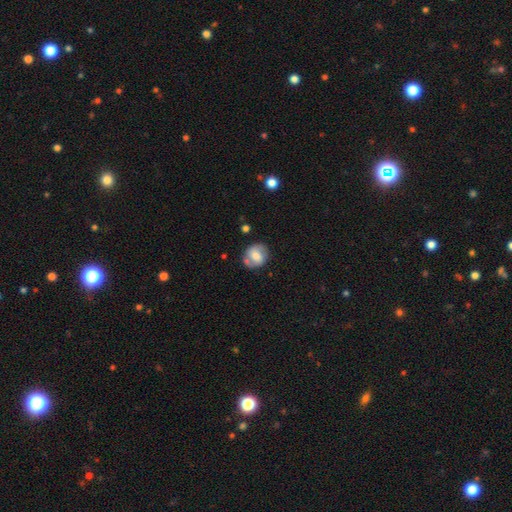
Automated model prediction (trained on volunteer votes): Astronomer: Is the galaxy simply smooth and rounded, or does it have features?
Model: smooth — 56% (runner-up: featured or disk, 36%).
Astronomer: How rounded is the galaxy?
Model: round — 71%.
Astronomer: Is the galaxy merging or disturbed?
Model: none — 70%.